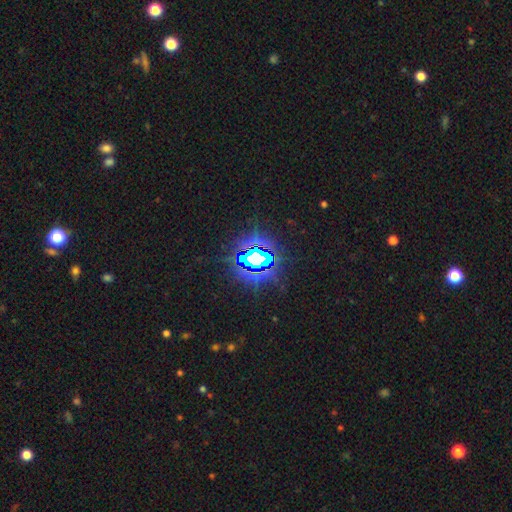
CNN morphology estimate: Smooth or featured?
  - star or artifact: 80% *
  - featured or disk: 10%
  - smooth: 10%